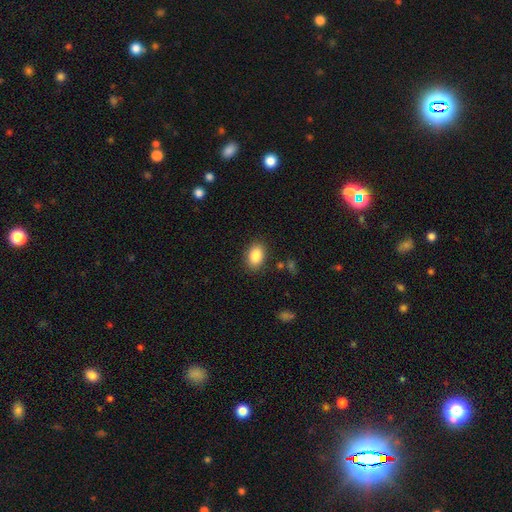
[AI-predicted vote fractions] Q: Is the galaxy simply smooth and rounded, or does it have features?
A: smooth — 86%.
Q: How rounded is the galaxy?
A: in between — 84%.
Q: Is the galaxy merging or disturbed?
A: none — 86%.